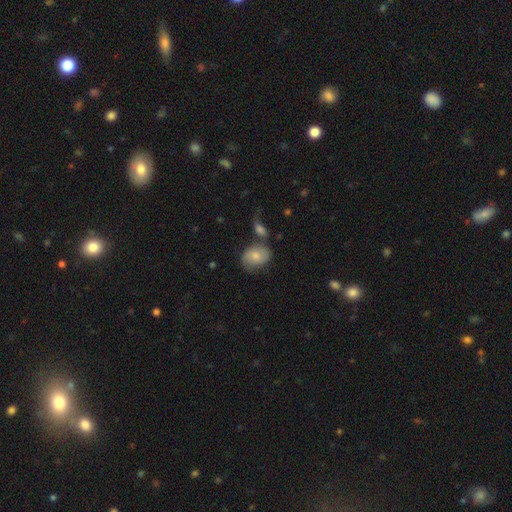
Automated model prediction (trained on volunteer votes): smooth-or-featured: smooth: 64% | featured or disk: 28% | star or artifact: 8%
  how-rounded: in between: 64% | round: 35% | cigar-shaped: 1%
  merging: none: 54% | merger: 20% | minor disturbance: 19% | major disturbance: 7%